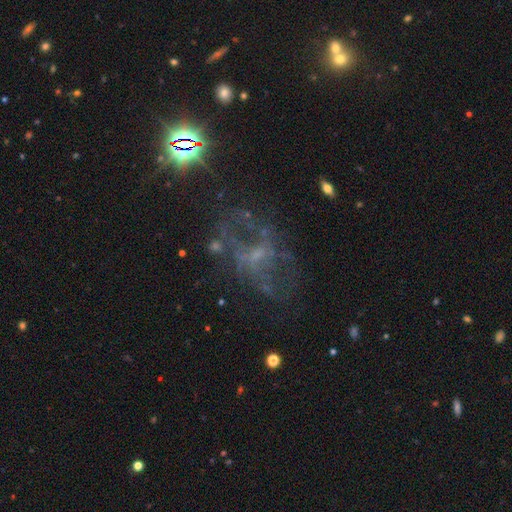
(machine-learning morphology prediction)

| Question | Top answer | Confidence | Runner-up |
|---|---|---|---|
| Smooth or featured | featured or disk | 58% | star or artifact (28%) |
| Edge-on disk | no | 96% | yes (4%) |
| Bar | no | 71% | weak (23%) |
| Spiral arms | no | 65% | yes (35%) |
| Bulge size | none | 43% | small (41%) |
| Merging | none | 48% | major disturbance (30%) |